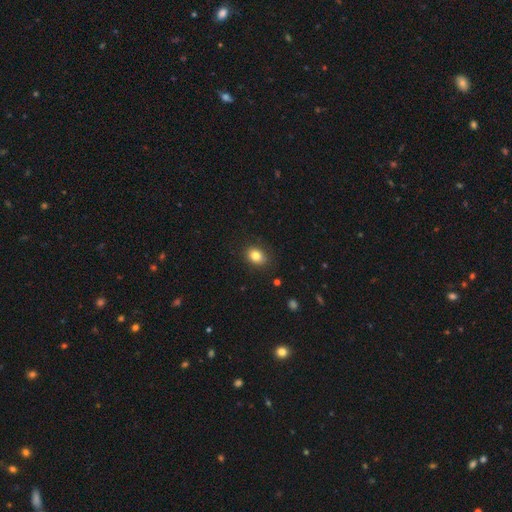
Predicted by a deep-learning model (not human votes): smooth-or-featured: smooth: 83% | star or artifact: 10% | featured or disk: 7%
  how-rounded: in between: 62% | round: 37% | cigar-shaped: 1%
  merging: none: 85% | minor disturbance: 11% | major disturbance: 2% | merger: 1%